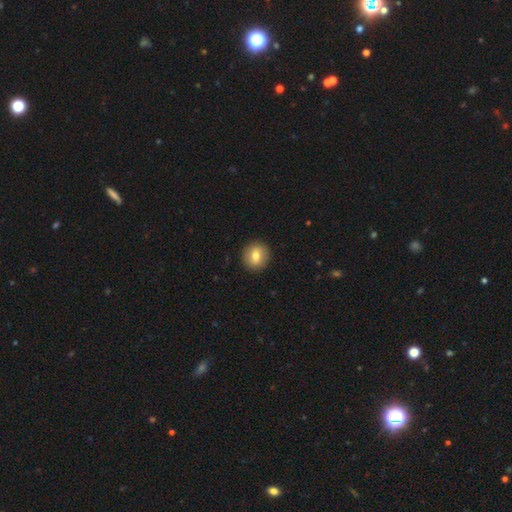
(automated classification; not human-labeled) A smooth galaxy with no disk features (73%) that is round (82%). Merging: none (91%).